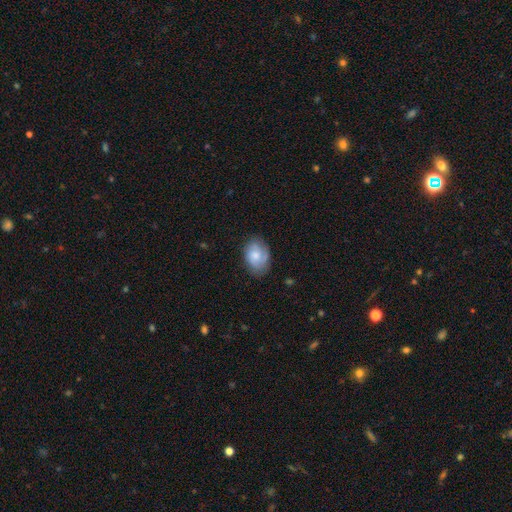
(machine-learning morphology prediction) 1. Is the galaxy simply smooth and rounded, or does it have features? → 57% smooth, 36% featured or disk, 7% star or artifact.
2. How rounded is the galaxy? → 78% in between, 21% round, 1% cigar-shaped.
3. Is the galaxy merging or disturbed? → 71% none, 22% minor disturbance, 6% major disturbance, 1% merger.